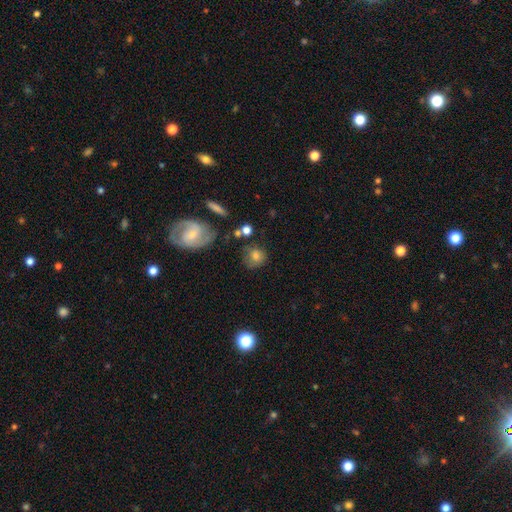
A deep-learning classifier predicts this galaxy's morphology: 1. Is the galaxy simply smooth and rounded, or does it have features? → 71% smooth, 19% featured or disk, 10% star or artifact.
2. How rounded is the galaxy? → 76% round, 22% in between, 2% cigar-shaped.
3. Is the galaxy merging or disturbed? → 60% none, 21% minor disturbance, 11% major disturbance, 8% merger.